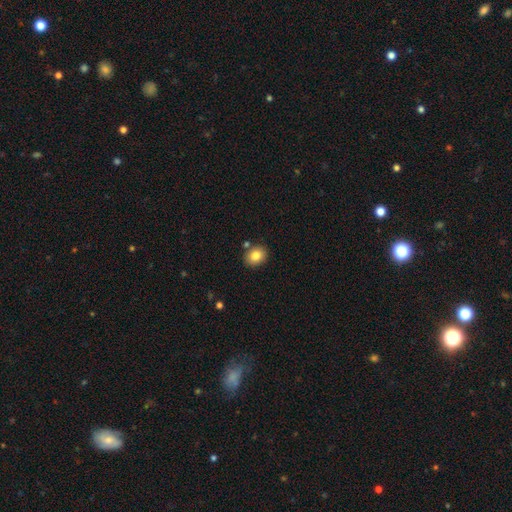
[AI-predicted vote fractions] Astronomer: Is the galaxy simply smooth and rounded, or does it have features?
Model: smooth — 82%.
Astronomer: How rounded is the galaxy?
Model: round — 54% (runner-up: in between, 45%).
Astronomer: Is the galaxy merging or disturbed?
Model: none — 82%.